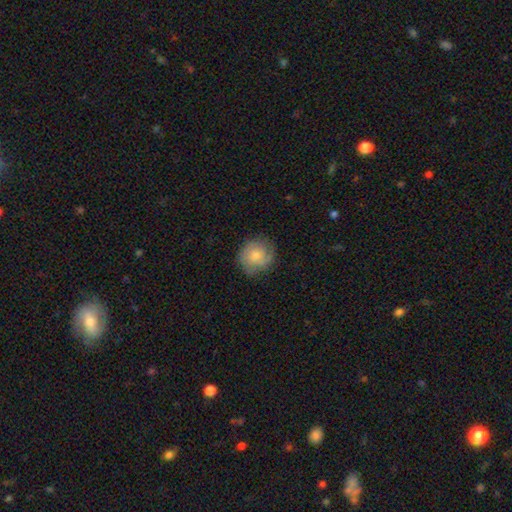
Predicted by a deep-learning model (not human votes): smooth-or-featured: smooth: 65% | featured or disk: 28% | star or artifact: 7%
  how-rounded: round: 84% | in between: 15% | cigar-shaped: 1%
  merging: none: 71% | minor disturbance: 21% | major disturbance: 6% | merger: 1%